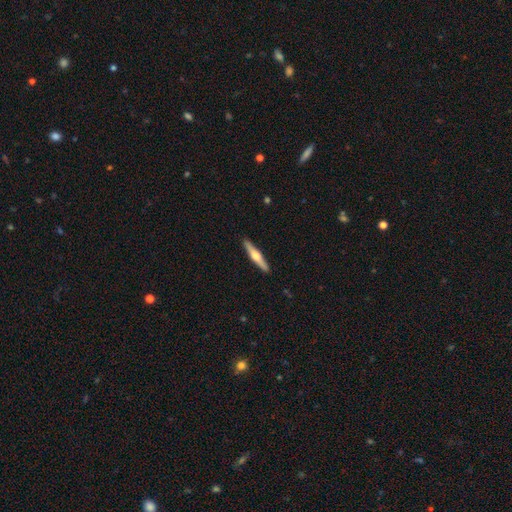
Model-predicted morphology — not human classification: smooth-or-featured: featured or disk: 62% | smooth: 33% | star or artifact: 5%
  disk-edge-on: yes: 97% | no: 3%
    edge-on-bulge: rounded: 93% | none: 3% | boxy: 3%
  merging: none: 92% | minor disturbance: 6% | major disturbance: 1% | merger: 1%